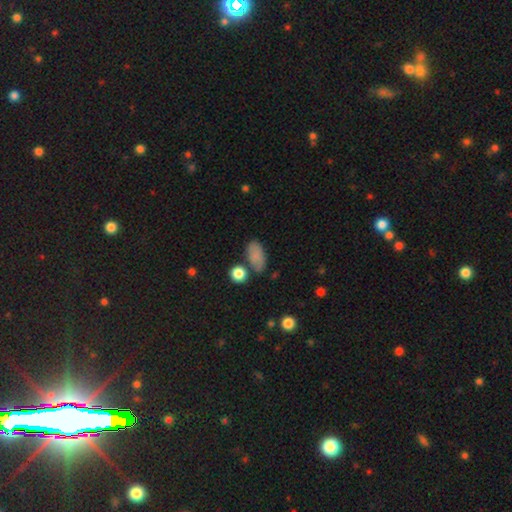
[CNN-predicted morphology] The model was most divided on "merging": none: 61%, minor disturbance: 22%, merger: 10%, major disturbance: 7%. More confident: how rounded — in between (87%); smooth or featured — smooth (81%).